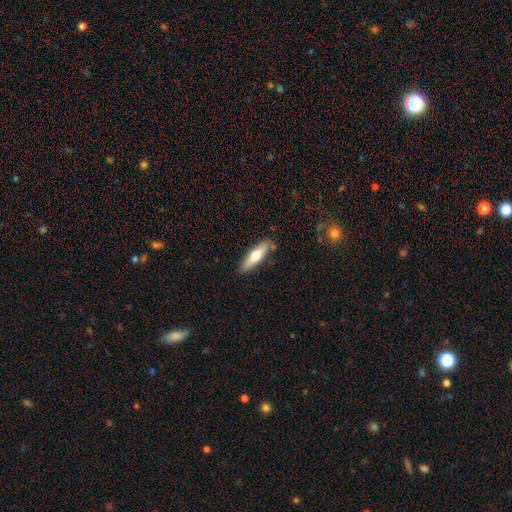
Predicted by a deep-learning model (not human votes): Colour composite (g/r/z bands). It shows a smooth galaxy with no disk features (60%) that is cigar-shaped (69%). Merging: none (85%).